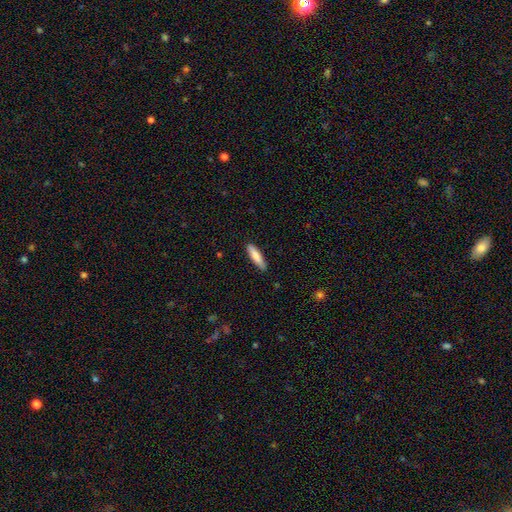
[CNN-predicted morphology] type=smooth (82%); roundness=cigar-shaped (80%); merging=none (87%).